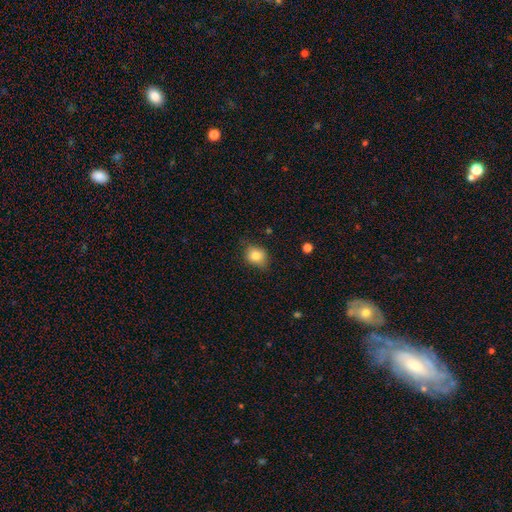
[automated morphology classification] A smooth galaxy with no disk features (80%) that is round (58%).

Vote fractions:
- Smooth or featured? smooth: 80% / star or artifact: 10% / featured or disk: 10%
- How rounded? round: 58% / in between: 41% / cigar-shaped: 1%
- Merging? none: 73% / minor disturbance: 21% / major disturbance: 4% / merger: 1%